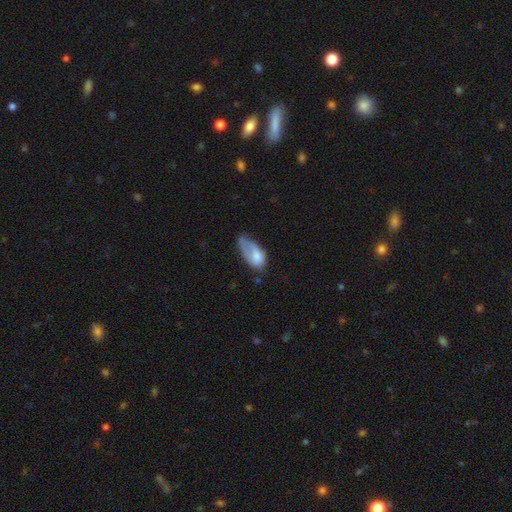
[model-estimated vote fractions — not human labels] A smooth galaxy with no disk features (67%) that is in between round and cigar-shaped (91%). Merging: major disturbance (36%).